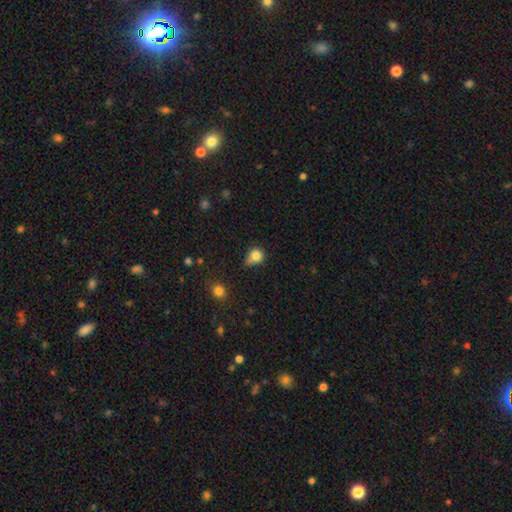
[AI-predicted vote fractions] A smooth galaxy with no disk features (81%) that is round (78%). Merging: none (43%).